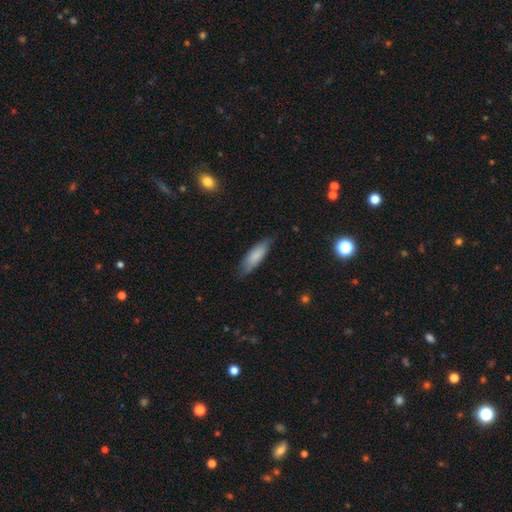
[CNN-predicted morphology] Smooth or featured? Predicted: smooth (p=0.80). How rounded? Predicted: cigar-shaped (p=0.50). Merging? Predicted: none (p=0.78).